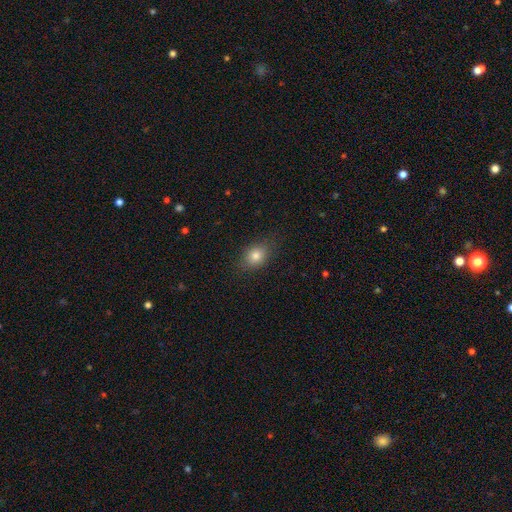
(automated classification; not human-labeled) smooth 80%, star or artifact 11%, featured or disk 9%. Down the decision tree: how rounded — in between (60%); merging — none (82%).